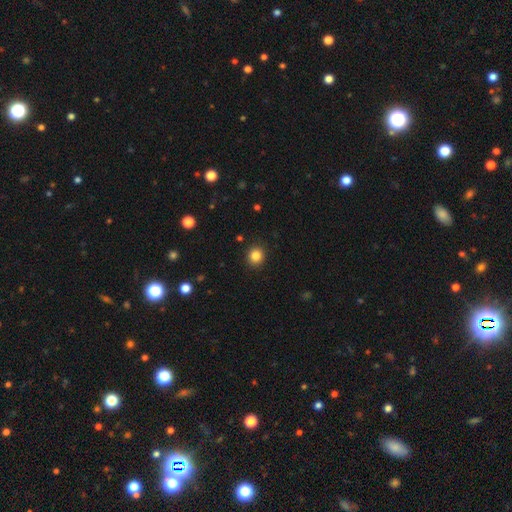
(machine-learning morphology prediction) A smooth galaxy with no disk features (84%) that is round (87%).

Vote fractions:
- Smooth or featured? smooth: 84% / star or artifact: 11% / featured or disk: 5%
- How rounded? round: 87% / in between: 12% / cigar-shaped: 1%
- Merging? none: 91% / minor disturbance: 6% / major disturbance: 2% / merger: 1%